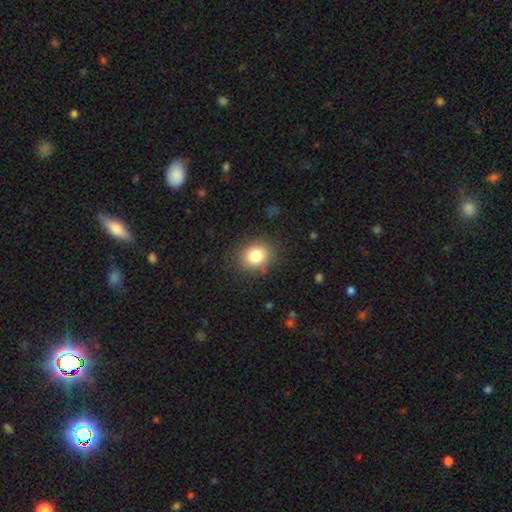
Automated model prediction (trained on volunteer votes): smooth_or_featured: smooth (p=0.81) [alt: star or artifact p=0.11]
how_rounded: round (p=0.64) [alt: in between p=0.35]
merging: none (p=0.85) [alt: minor disturbance p=0.10]